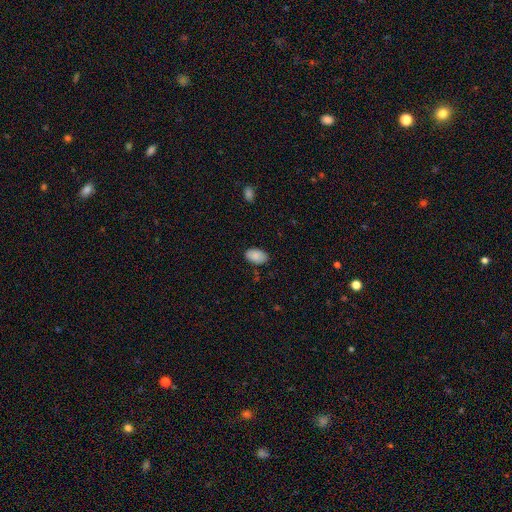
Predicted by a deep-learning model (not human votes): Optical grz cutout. It shows a smooth galaxy with no disk features (88%) that is in between round and cigar-shaped (94%). Merging: none (84%).